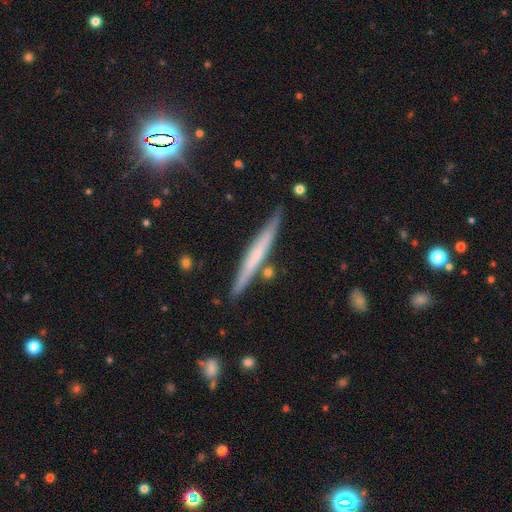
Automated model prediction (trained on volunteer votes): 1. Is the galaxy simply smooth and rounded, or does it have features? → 49% featured or disk, 43% smooth, 7% star or artifact.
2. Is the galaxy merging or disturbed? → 86% none, 9% minor disturbance, 3% merger, 2% major disturbance.